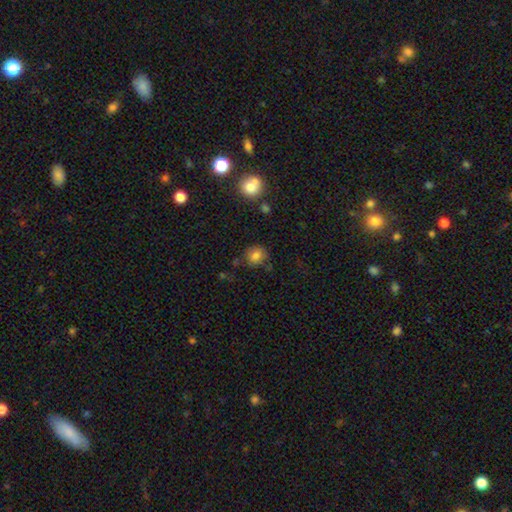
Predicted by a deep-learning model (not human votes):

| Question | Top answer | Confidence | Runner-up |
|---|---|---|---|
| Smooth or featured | smooth | 80% | star or artifact (11%) |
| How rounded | round | 64% | in between (35%) |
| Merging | none | 72% | minor disturbance (18%) |